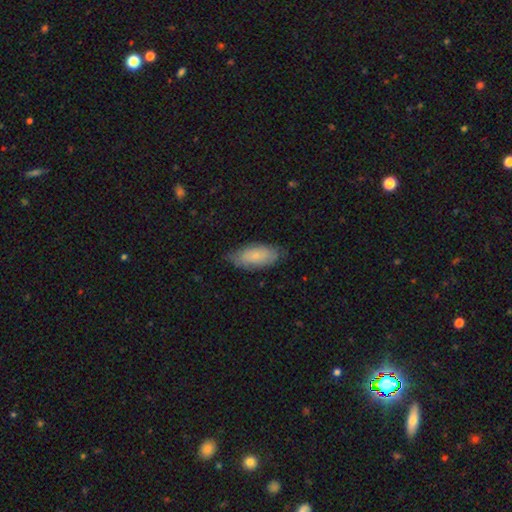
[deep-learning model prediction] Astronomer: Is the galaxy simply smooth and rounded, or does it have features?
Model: smooth — 74%.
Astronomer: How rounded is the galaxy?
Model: in between — 87%.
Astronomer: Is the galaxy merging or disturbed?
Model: none — 71%.